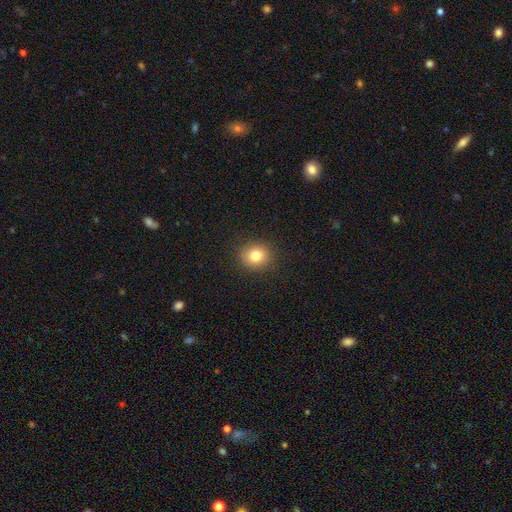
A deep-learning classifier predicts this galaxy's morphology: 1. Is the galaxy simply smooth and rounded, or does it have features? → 81% smooth, 12% star or artifact, 8% featured or disk.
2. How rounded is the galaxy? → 79% round, 20% in between, 1% cigar-shaped.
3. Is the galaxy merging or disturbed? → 90% none, 6% minor disturbance, 2% major disturbance, 1% merger.